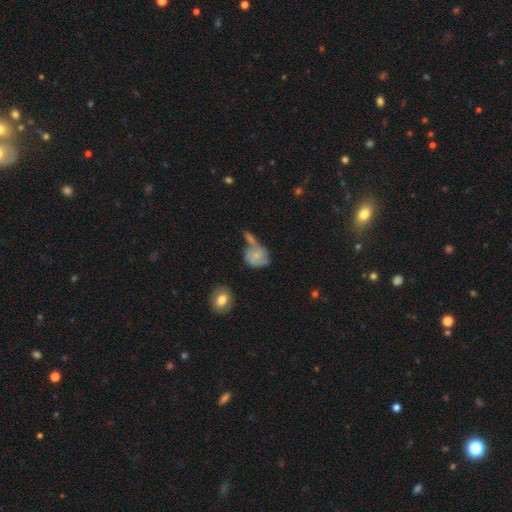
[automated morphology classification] A smooth galaxy with no disk features (52%) that is round (61%). Merging: merger (34%).